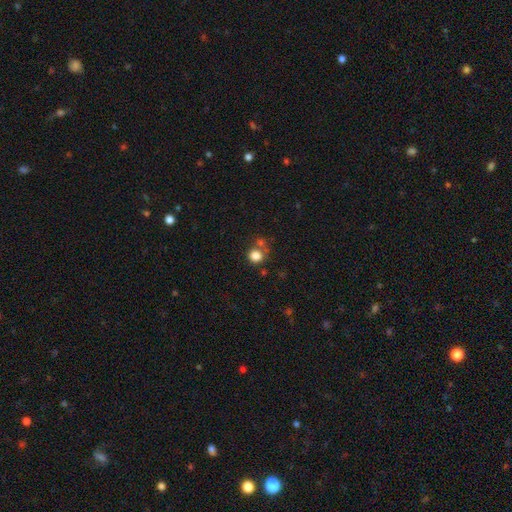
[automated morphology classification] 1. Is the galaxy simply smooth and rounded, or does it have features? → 81% smooth, 12% star or artifact, 6% featured or disk.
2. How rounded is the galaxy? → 87% round, 12% in between, 1% cigar-shaped.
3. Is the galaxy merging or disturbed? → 62% none, 22% merger, 11% minor disturbance, 5% major disturbance.